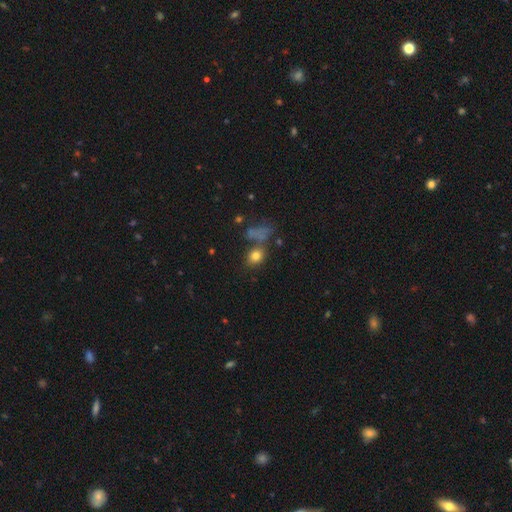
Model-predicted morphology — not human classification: Overall: smooth (78%). How rounded: round (54%; in between 44%). Merging: none (64%).